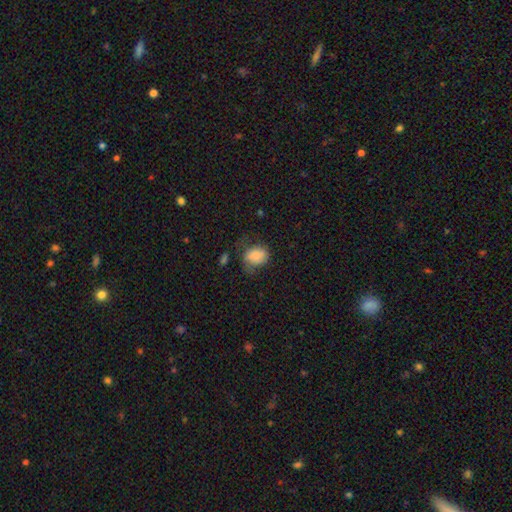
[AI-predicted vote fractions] smooth_or_featured: smooth (p=0.79) [alt: featured or disk p=0.13]
how_rounded: in between (p=0.64) [alt: round p=0.35]
merging: none (p=0.41) [alt: minor disturbance p=0.33]